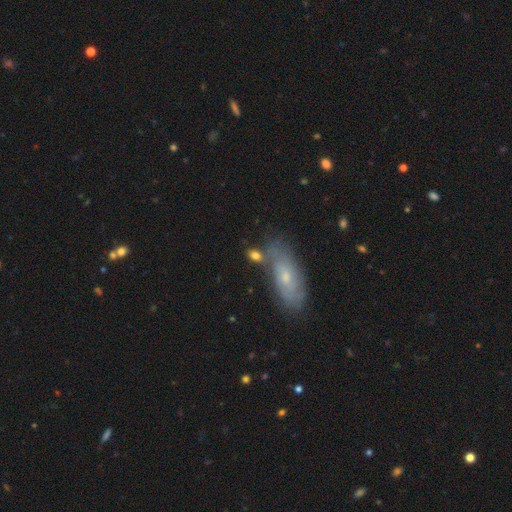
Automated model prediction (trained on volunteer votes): Overall: smooth (67%). How rounded: in between (71%). Merging: none (57%; merger 19%).